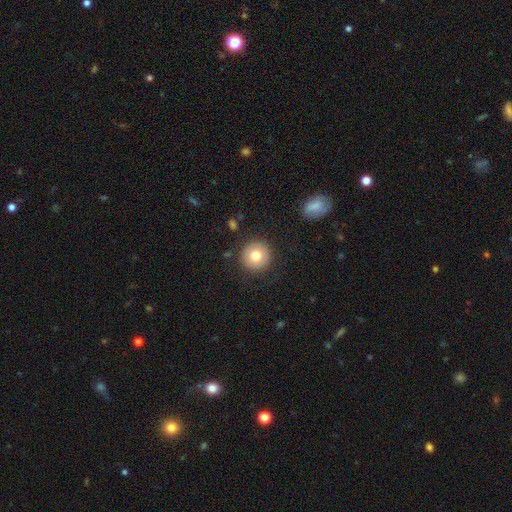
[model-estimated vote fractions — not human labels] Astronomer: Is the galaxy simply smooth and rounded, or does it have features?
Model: smooth — 77%.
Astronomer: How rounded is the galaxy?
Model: round — 95%.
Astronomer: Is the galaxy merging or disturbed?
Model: none — 89%.